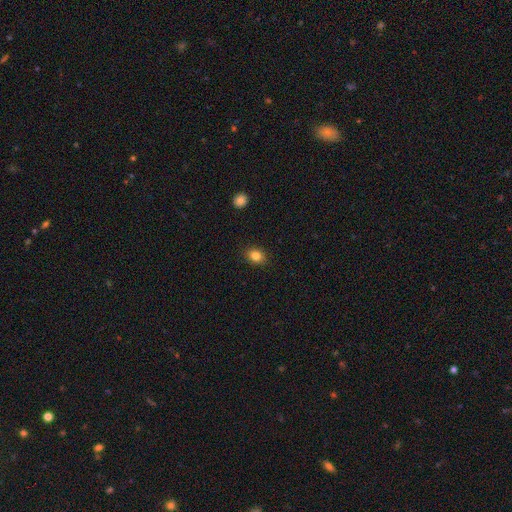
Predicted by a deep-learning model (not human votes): The model was most divided on "how rounded": in between: 55%, round: 44%, cigar-shaped: 1%. More confident: merging — none (90%); smooth or featured — smooth (83%).